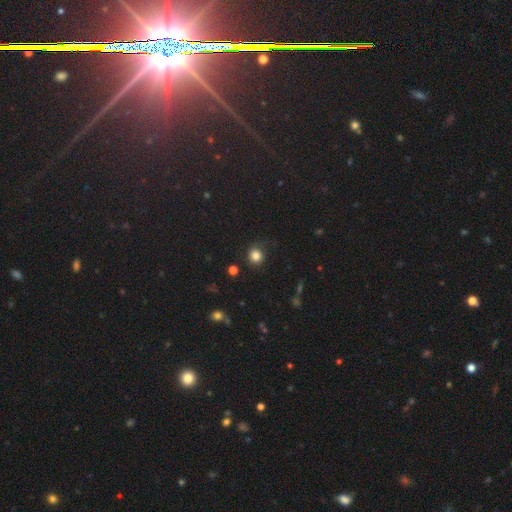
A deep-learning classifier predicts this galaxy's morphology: smooth_or_featured: smooth (p=0.83) [alt: star or artifact p=0.12]
how_rounded: round (p=0.87) [alt: in between p=0.12]
merging: none (p=0.79) [alt: minor disturbance p=0.14]